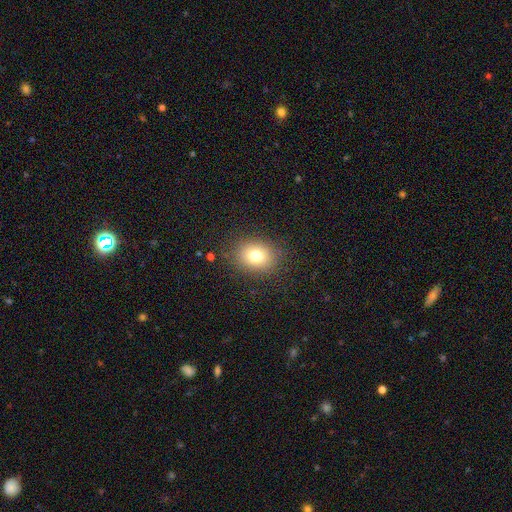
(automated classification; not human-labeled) This appears to be a smooth galaxy with no disk features (77%) that is round (55%). Merging: none (85%).